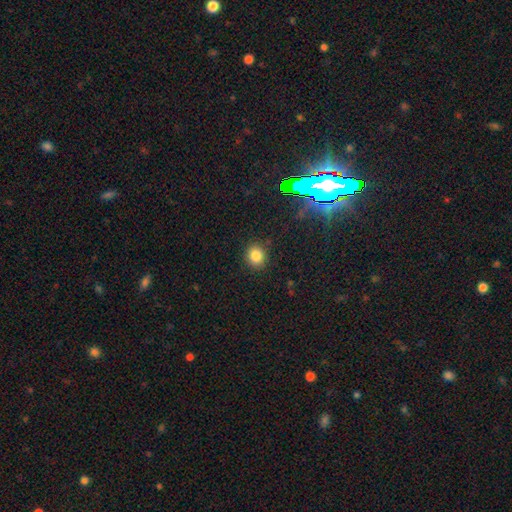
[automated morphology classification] A smooth galaxy with no disk features (82%) that is round (83%). Merging: none (89%).